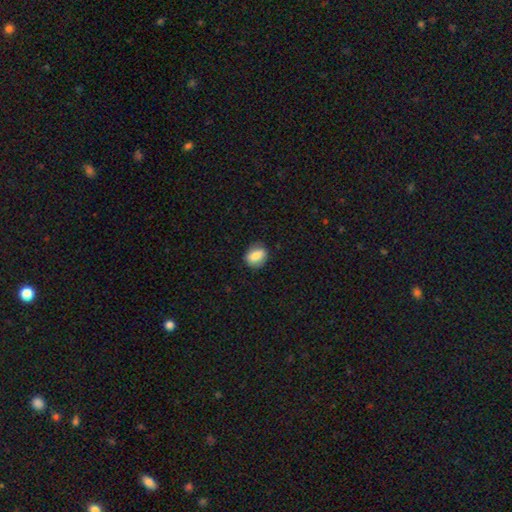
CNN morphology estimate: smooth 80%, featured or disk 12%, star or artifact 8%. Down the decision tree: how rounded — in between (60%); merging — none (83%).